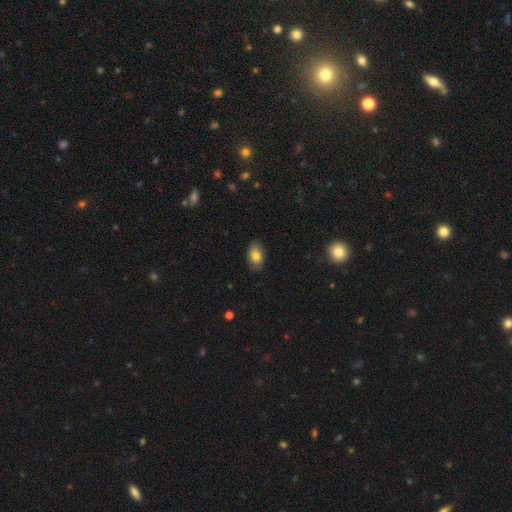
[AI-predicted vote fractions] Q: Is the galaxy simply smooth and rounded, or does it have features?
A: smooth — 78%.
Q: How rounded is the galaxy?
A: in between — 88%.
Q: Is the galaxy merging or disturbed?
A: none — 84%.